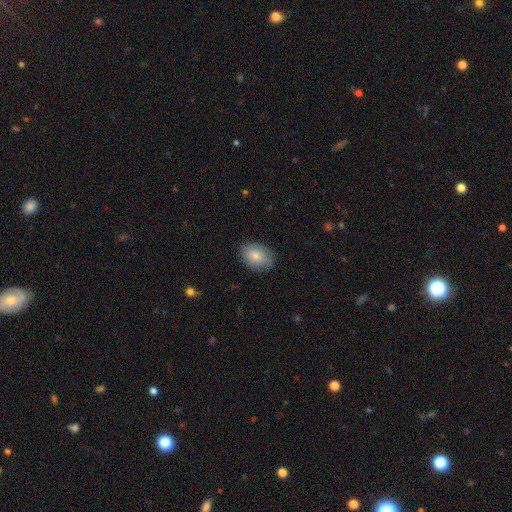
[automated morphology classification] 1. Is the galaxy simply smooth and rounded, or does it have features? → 73% smooth, 20% featured or disk, 7% star or artifact.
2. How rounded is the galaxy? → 78% in between, 21% round, 1% cigar-shaped.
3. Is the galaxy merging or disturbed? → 81% none, 15% minor disturbance, 3% major disturbance, 1% merger.